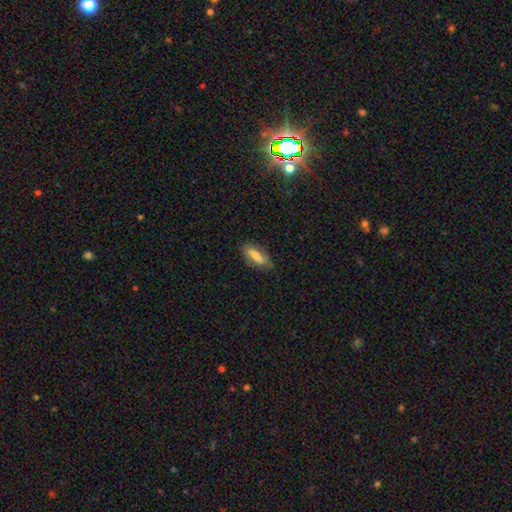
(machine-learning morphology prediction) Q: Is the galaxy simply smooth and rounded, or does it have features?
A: smooth — 71%.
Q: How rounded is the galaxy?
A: in between — 65%.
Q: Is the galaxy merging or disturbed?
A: none — 79%.